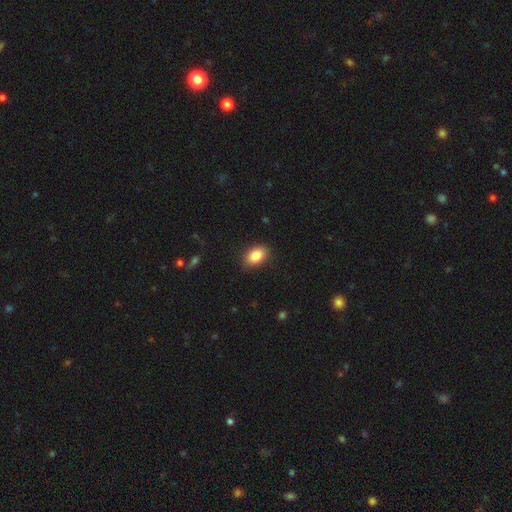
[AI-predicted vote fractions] Morphology: type=smooth (87%); roundness=in between (88%); merging=none (86%).